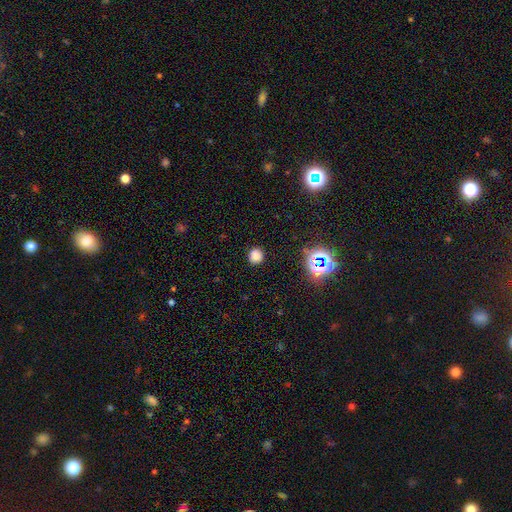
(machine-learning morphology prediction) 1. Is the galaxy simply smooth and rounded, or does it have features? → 77% smooth, 19% star or artifact, 4% featured or disk.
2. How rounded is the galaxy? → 86% round, 13% in between, 1% cigar-shaped.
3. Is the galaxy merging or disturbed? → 89% none, 7% minor disturbance, 3% major disturbance, 1% merger.